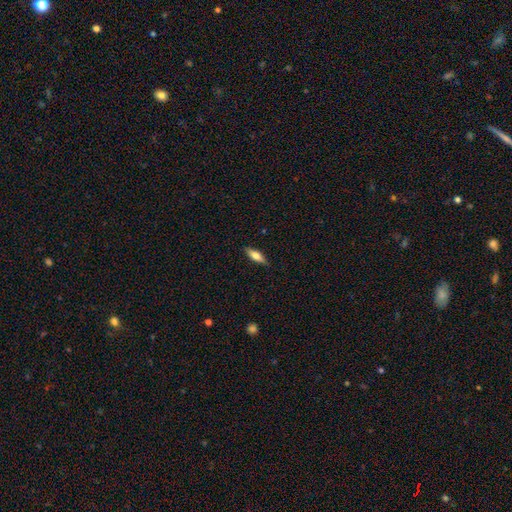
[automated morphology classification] Smooth or featured? smooth (59%)
How rounded? cigar-shaped (52%)
Merging? none (87%)